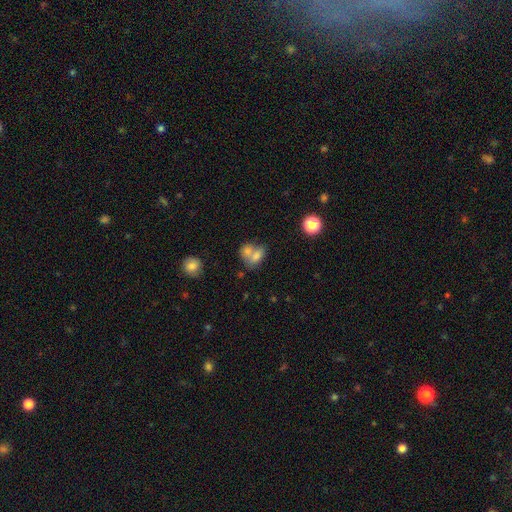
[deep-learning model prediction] smooth 74%, featured or disk 16%, star or artifact 10%. Down the decision tree: how rounded — in between (70%); merging — merger (65%).